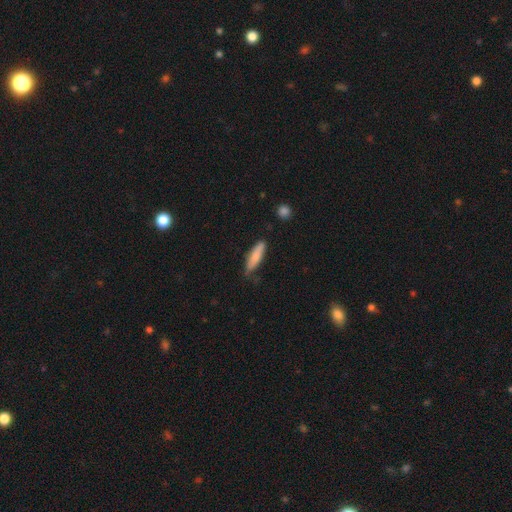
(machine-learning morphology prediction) Overall: smooth (81%). How rounded: cigar-shaped (74%). Merging: none (69%).